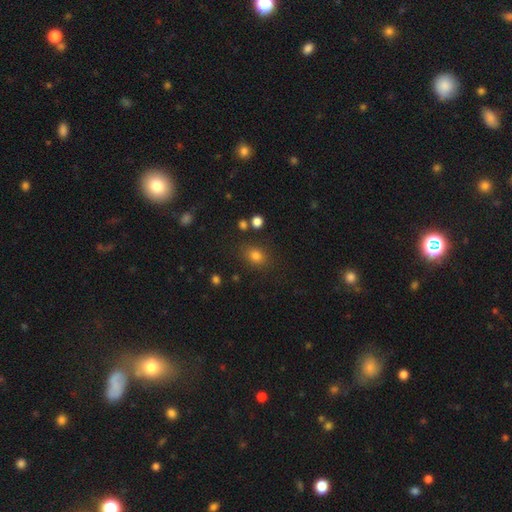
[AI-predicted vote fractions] smooth 79%, star or artifact 14%, featured or disk 7%. Down the decision tree: how rounded — in between (50%); merging — none (80%).